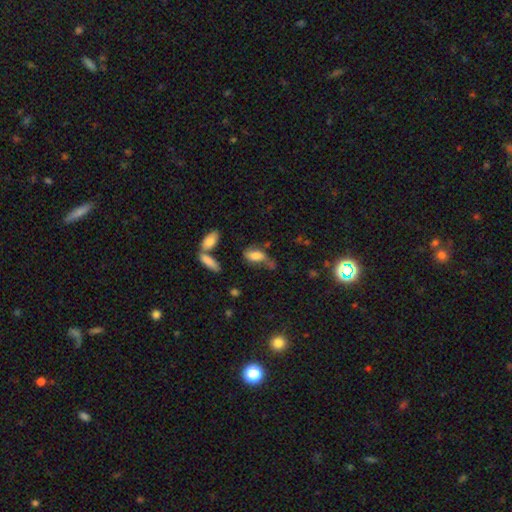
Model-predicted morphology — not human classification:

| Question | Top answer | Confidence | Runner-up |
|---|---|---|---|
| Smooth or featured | smooth | 68% | featured or disk (22%) |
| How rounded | in between | 84% | cigar-shaped (12%) |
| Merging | none | 36% | minor disturbance (29%) |